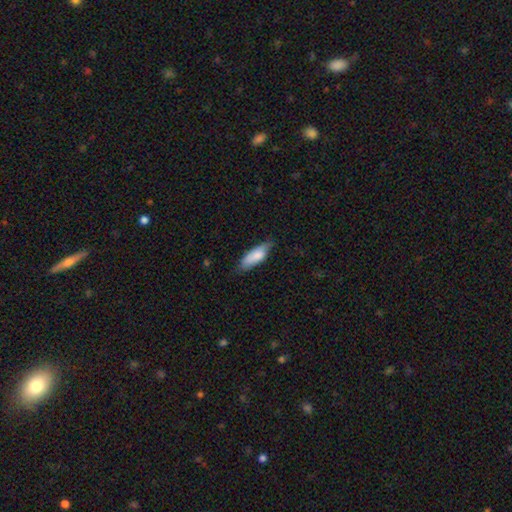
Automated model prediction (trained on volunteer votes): This is clearly a smooth galaxy (81%). How rounded: likely in between (65%). Merging: likely none (67%).